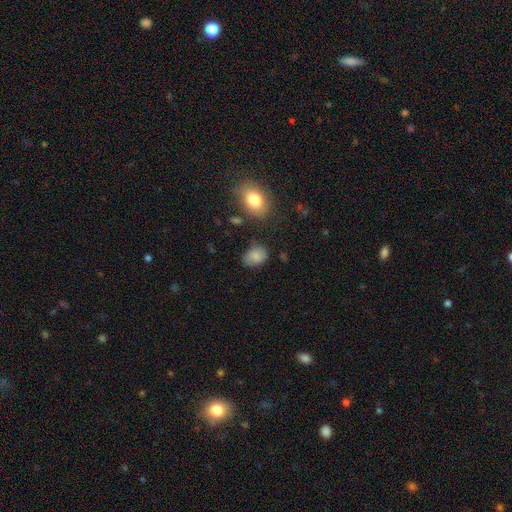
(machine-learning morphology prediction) smooth 81%, star or artifact 10%, featured or disk 9%. Down the decision tree: how rounded — in between (72%); merging — none (61%).